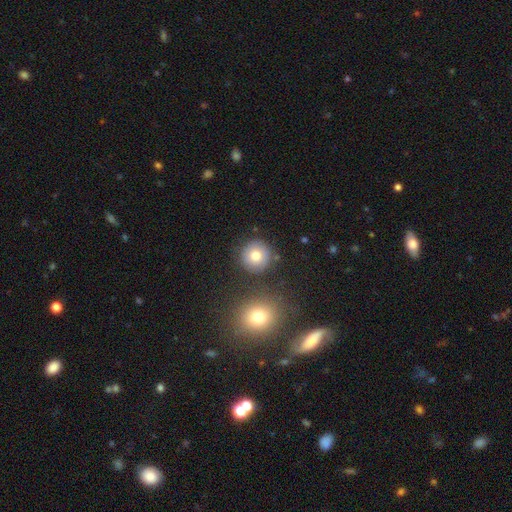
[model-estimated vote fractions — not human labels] This appears to be a smooth galaxy with no disk features (78%) that is round (94%). Merging: none (83%).